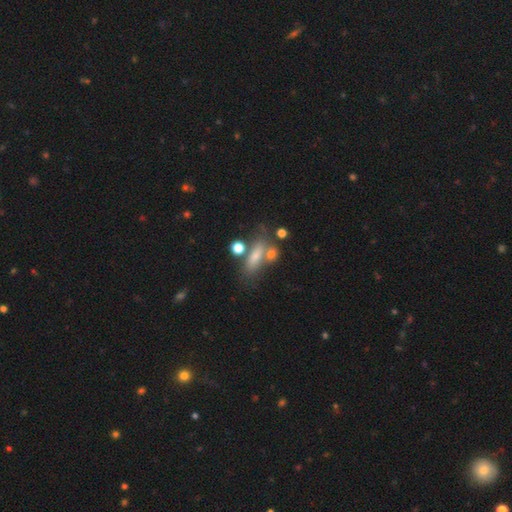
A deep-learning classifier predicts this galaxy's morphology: smooth_or_featured: smooth (p=0.68) [alt: featured or disk p=0.21]
how_rounded: in between (p=0.56) [alt: cigar-shaped p=0.36]
merging: none (p=0.47) [alt: merger p=0.24]